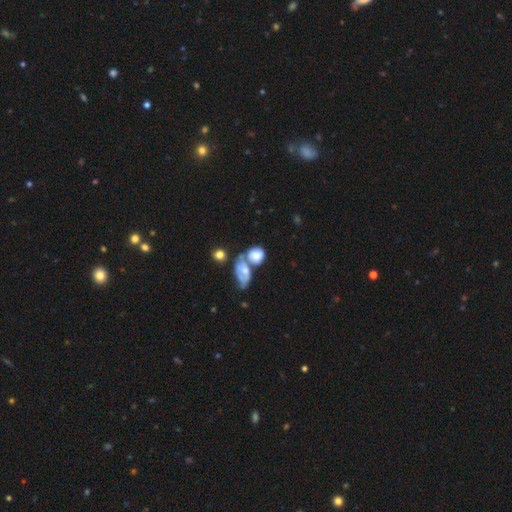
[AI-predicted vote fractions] smooth 68%, featured or disk 23%, star or artifact 9%. Down the decision tree: how rounded — round (52%); merging — merger (48%).